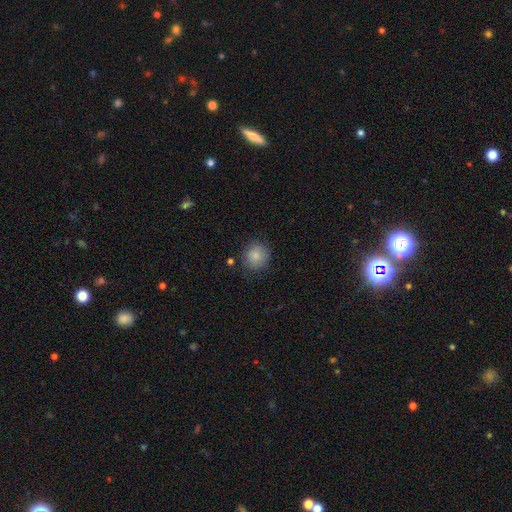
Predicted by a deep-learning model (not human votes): Smooth or featured? Predicted: smooth (p=0.85). How rounded? Predicted: round (p=0.89). Merging? Predicted: none (p=0.82).